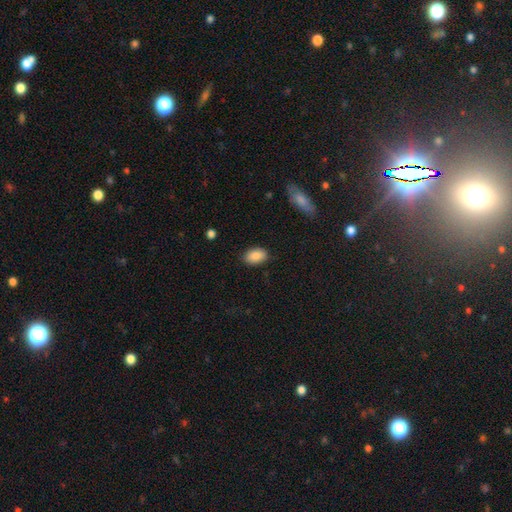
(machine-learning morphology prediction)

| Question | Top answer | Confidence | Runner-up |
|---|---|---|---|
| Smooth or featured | smooth | 87% | star or artifact (7%) |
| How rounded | in between | 90% | round (9%) |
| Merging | none | 84% | minor disturbance (12%) |